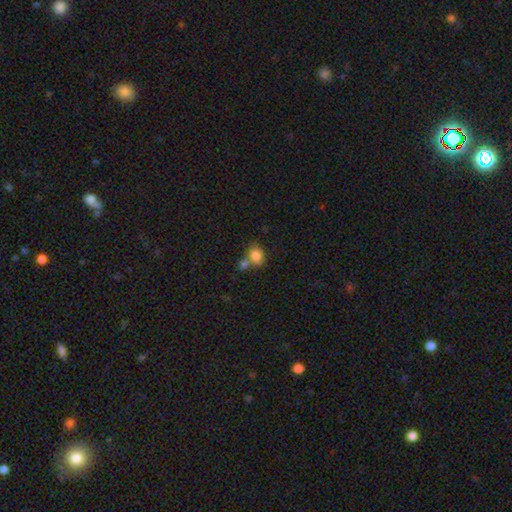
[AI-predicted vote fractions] Smooth or featured? smooth (83%)
How rounded? in between (57%)
Merging? none (43%)